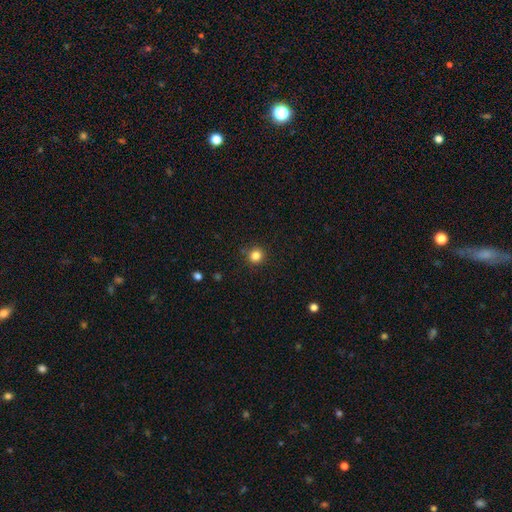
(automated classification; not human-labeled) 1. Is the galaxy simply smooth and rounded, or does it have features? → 83% smooth, 12% star or artifact, 4% featured or disk.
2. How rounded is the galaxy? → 94% round, 5% in between, 1% cigar-shaped.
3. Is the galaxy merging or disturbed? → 89% none, 7% minor disturbance, 2% major disturbance, 2% merger.